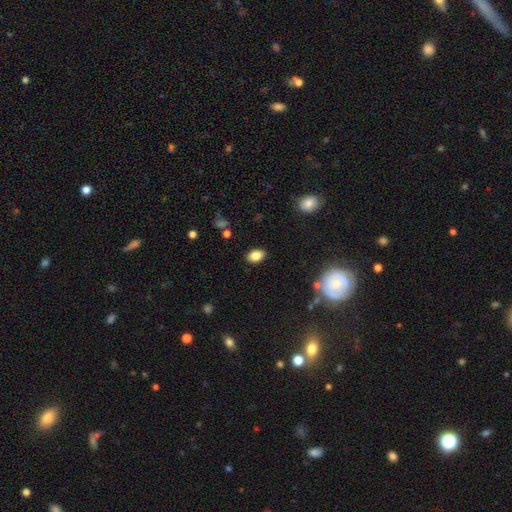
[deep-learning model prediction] A smooth galaxy with no disk features (84%) that is in between round and cigar-shaped (84%). Merging: none (88%).